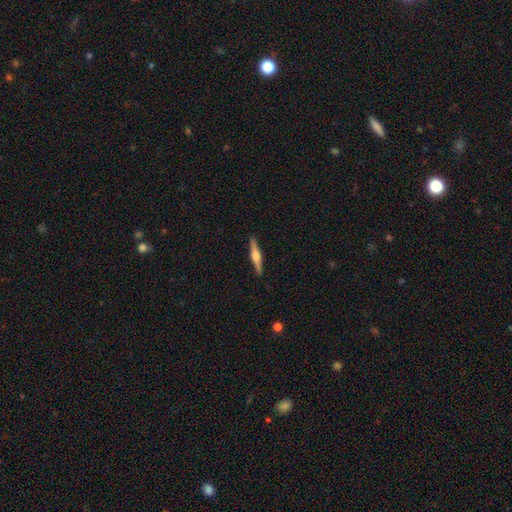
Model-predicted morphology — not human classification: This is likely a featured or disk galaxy (67%). It is clearly viewed edge-on (98%). Edge-on bulge: clearly rounded (83%). Merging: clearly none (91%).